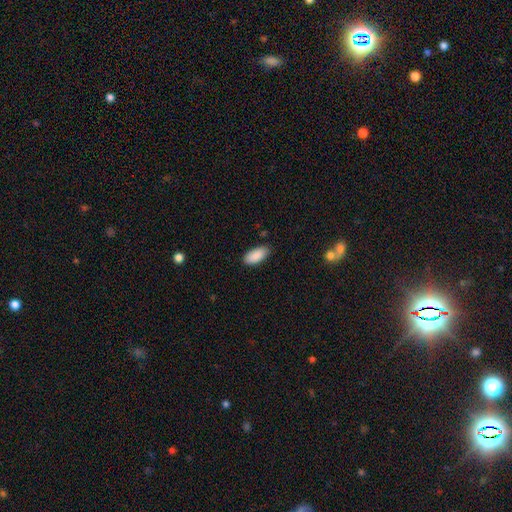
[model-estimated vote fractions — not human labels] Smooth or featured? Predicted: smooth (p=0.90). How rounded? Predicted: in between (p=0.91). Merging? Predicted: none (p=0.84).